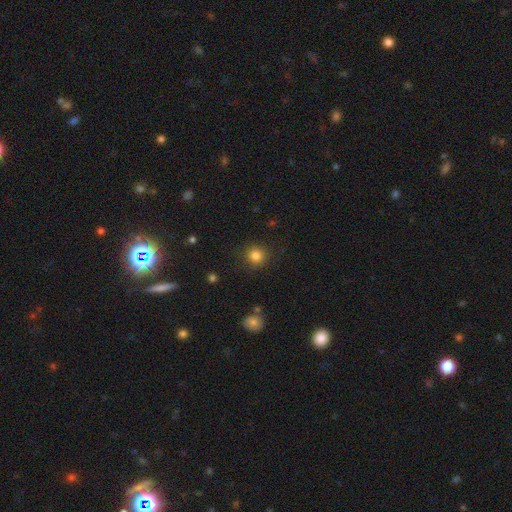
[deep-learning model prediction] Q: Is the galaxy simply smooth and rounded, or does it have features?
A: smooth — 82%.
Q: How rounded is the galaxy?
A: round — 93%.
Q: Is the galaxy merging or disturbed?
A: none — 89%.